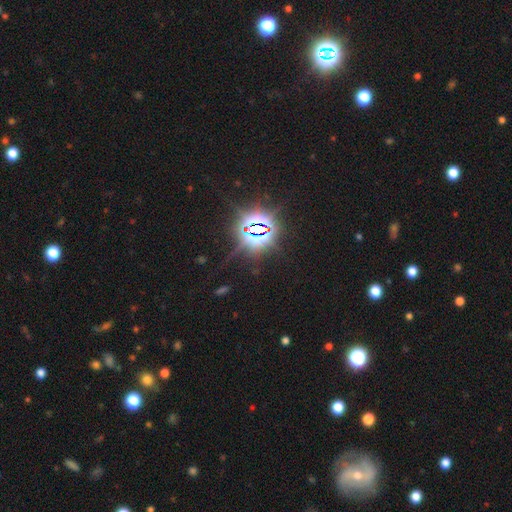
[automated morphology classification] smooth_or_featured: star or artifact (p=0.83) [alt: smooth p=0.11]